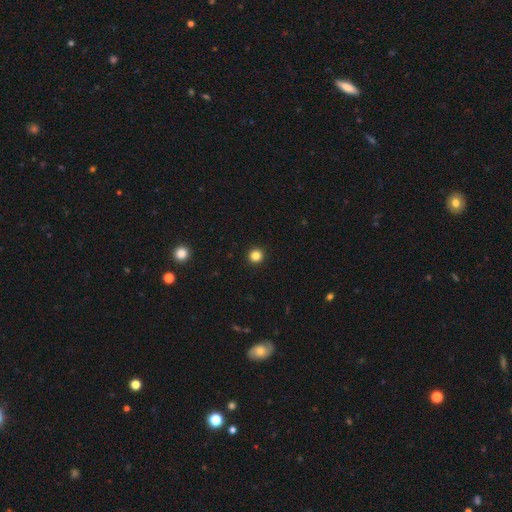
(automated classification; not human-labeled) Smooth or featured? Predicted: smooth (p=0.84). How rounded? Predicted: round (p=0.96). Merging? Predicted: none (p=0.94).